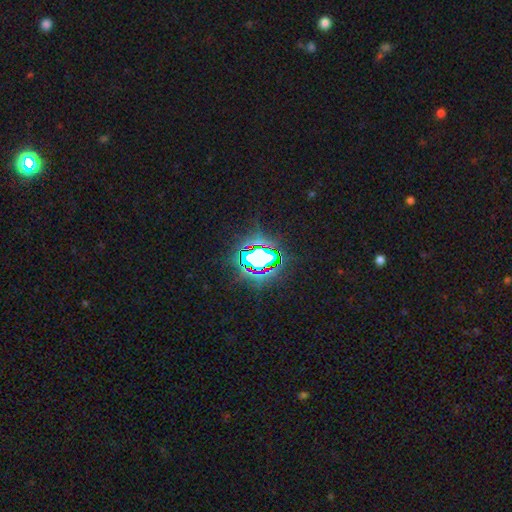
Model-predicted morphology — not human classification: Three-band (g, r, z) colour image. It shows a star or artifact, not a galaxy (73%).